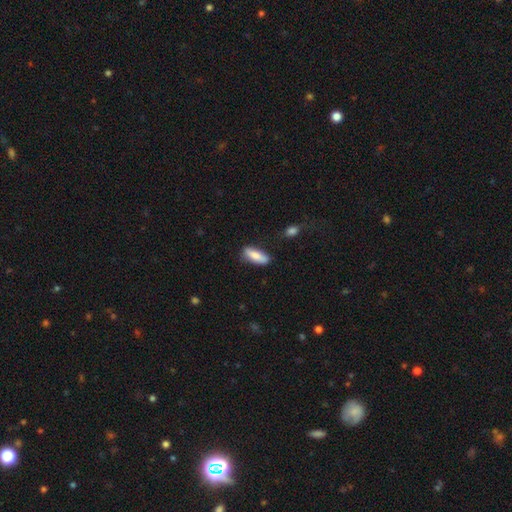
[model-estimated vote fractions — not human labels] Smooth or featured: smooth — 81% (featured or disk — 13%)
How rounded: in between — 64% (cigar-shaped — 34%)
Merging: none — 77% (minor disturbance — 16%)